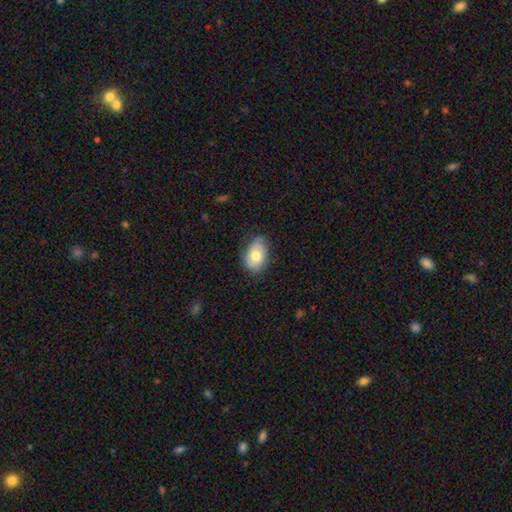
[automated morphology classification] A smooth galaxy with no disk features (73%) that is in between round and cigar-shaped (86%). Merging: none (71%).